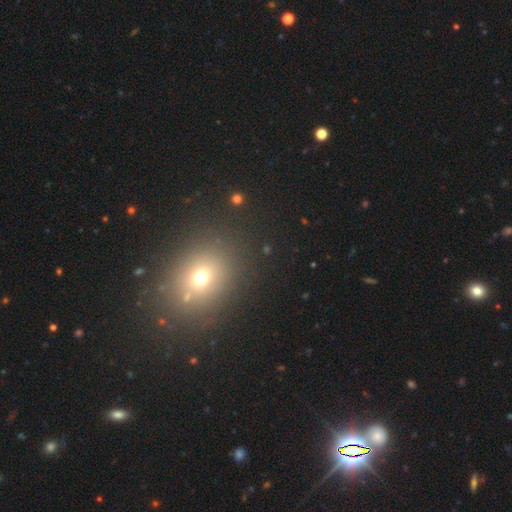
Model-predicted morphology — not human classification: Overall: smooth (56%; star or artifact 32%). How rounded: in between (52%; round 46%). Merging: none (88%).